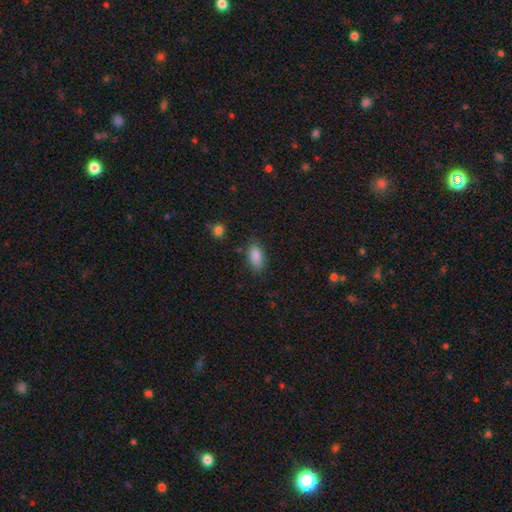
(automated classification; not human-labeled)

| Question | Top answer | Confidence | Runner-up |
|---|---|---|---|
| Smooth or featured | smooth | 87% | star or artifact (8%) |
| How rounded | in between | 90% | cigar-shaped (5%) |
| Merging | none | 78% | minor disturbance (16%) |